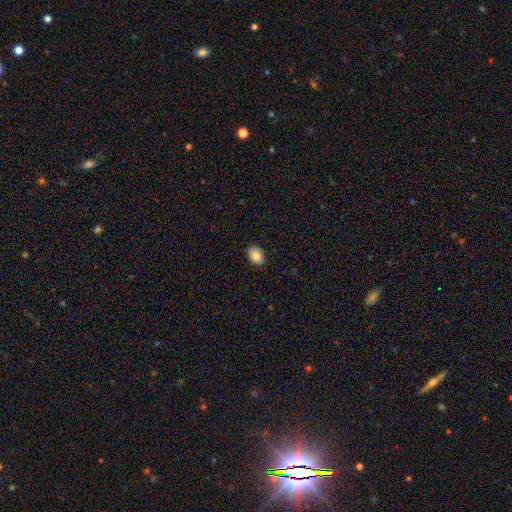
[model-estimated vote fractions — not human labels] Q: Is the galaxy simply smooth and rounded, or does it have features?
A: smooth — 85%.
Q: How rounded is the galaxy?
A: in between — 82%.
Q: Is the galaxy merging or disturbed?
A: none — 89%.